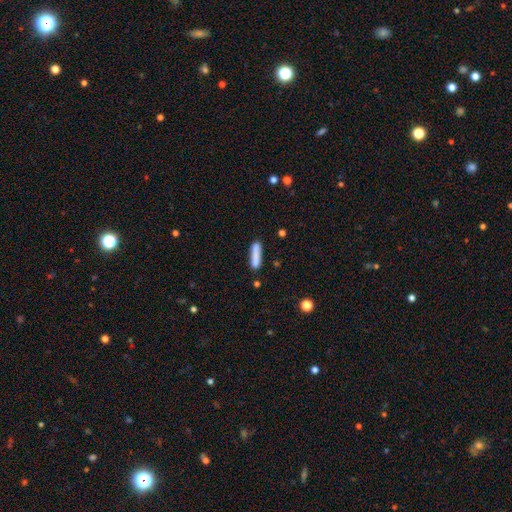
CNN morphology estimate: Smooth or featured: smooth — 82% (featured or disk — 11%)
How rounded: cigar-shaped — 82% (in between — 17%)
Merging: none — 74% (minor disturbance — 15%)